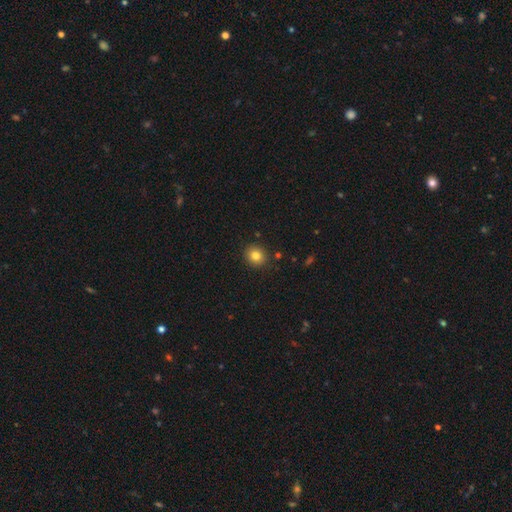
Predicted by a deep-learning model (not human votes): The model was most divided on "smooth or featured": smooth: 81%, star or artifact: 12%, featured or disk: 7%. More confident: merging — none (90%); how rounded — round (85%).